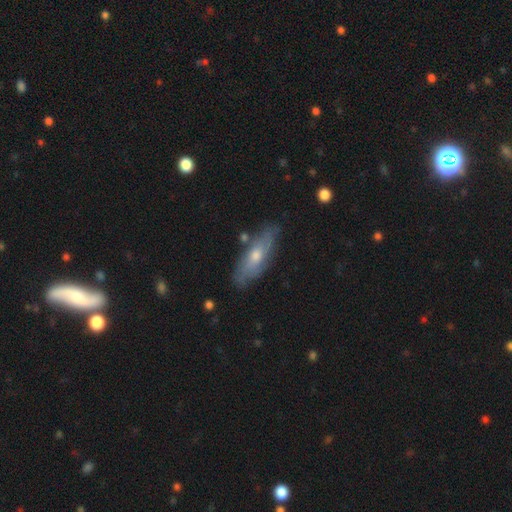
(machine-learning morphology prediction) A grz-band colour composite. It shows a featured or disk galaxy (48%). Merging: none (77%).